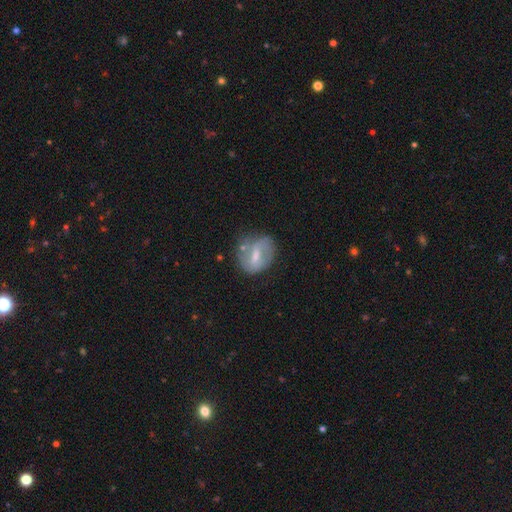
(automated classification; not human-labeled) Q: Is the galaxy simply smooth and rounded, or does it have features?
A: featured or disk — 48%.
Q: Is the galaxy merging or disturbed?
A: none — 53%.